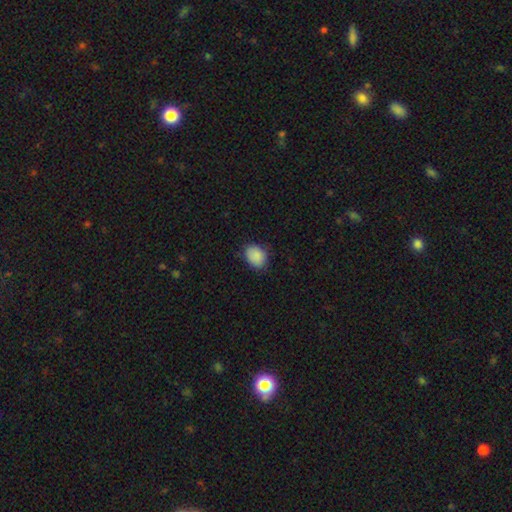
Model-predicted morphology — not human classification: Smooth or featured?
  - smooth: 88% *
  - star or artifact: 8%
  - featured or disk: 5%
How rounded?
  - in between: 62% *
  - round: 37%
  - cigar-shaped: 1%
Merging?
  - none: 78% *
  - minor disturbance: 18%
  - major disturbance: 3%
  - merger: 1%